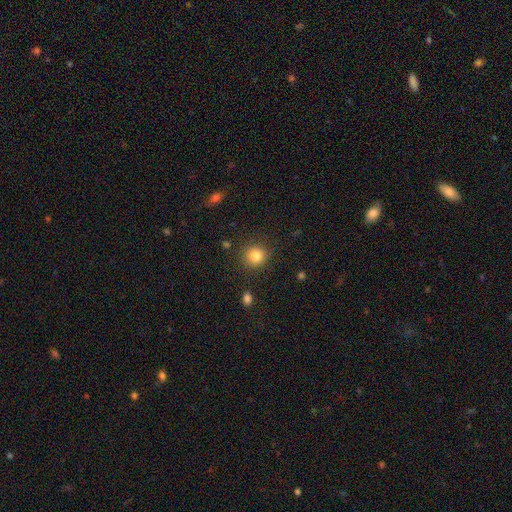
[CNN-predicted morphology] The model was most divided on "smooth or featured": smooth: 83%, star or artifact: 11%, featured or disk: 6%. More confident: how rounded — round (88%); merging — none (87%).